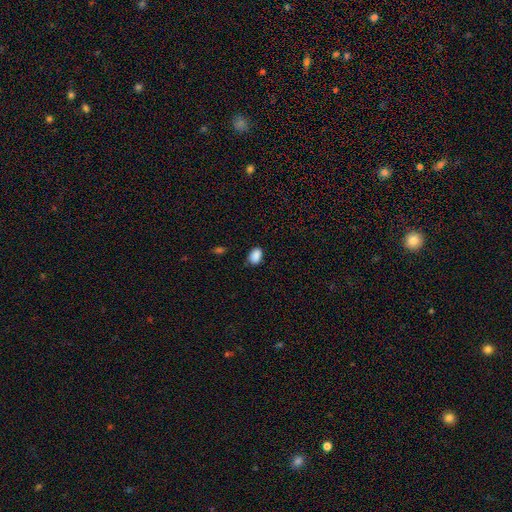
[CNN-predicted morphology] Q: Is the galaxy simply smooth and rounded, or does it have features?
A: smooth — 89%.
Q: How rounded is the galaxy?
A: in between — 80%.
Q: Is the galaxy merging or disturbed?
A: none — 81%.